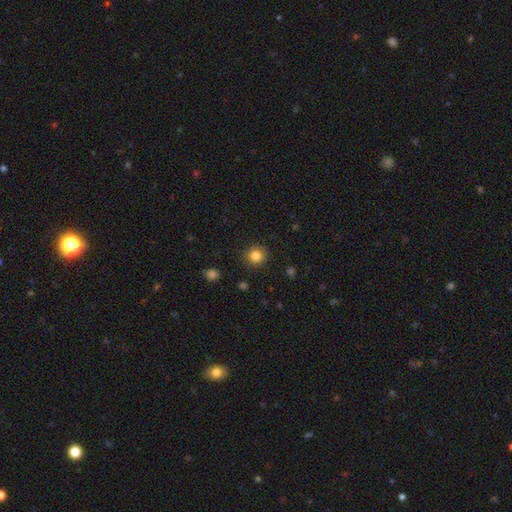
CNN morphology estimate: Smooth or featured? Predicted: smooth (p=0.83). How rounded? Predicted: round (p=0.92). Merging? Predicted: none (p=0.91).